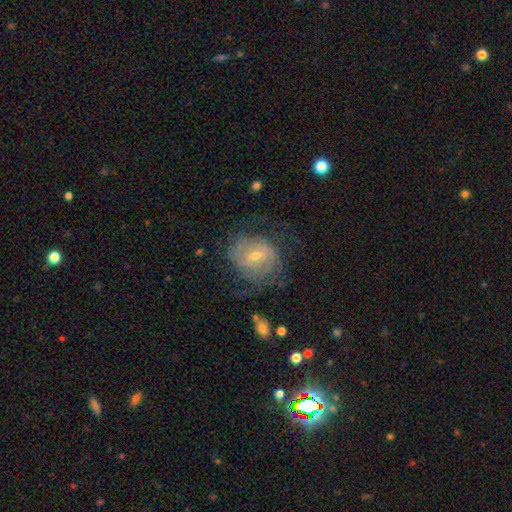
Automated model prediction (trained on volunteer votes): A featured or disk galaxy (73%) with a weak bar (54%), tight (52%) spiral arms (81%) and a small central bulge (56%). Merging: none (57%).